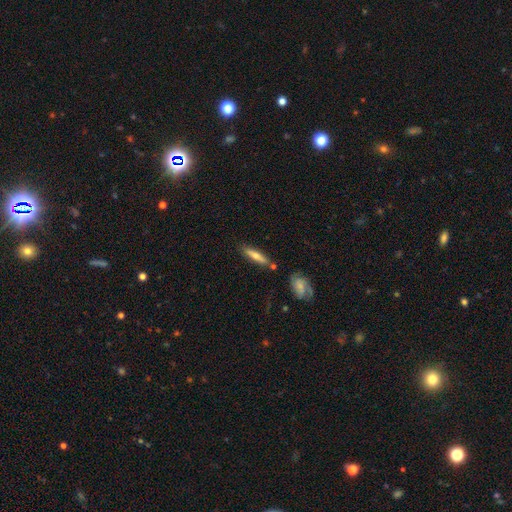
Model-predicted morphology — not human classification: type=smooth (52%); roundness=cigar-shaped (79%); merging=none (80%).